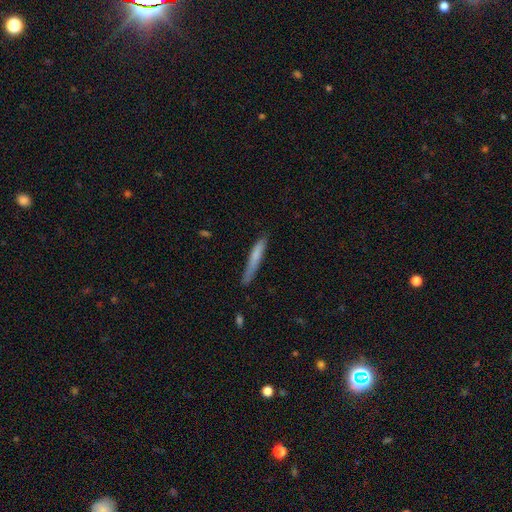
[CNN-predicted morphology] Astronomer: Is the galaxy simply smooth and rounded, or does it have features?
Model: smooth — 71%.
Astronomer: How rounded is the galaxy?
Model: cigar-shaped — 95%.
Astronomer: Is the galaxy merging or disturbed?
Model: none — 74%.